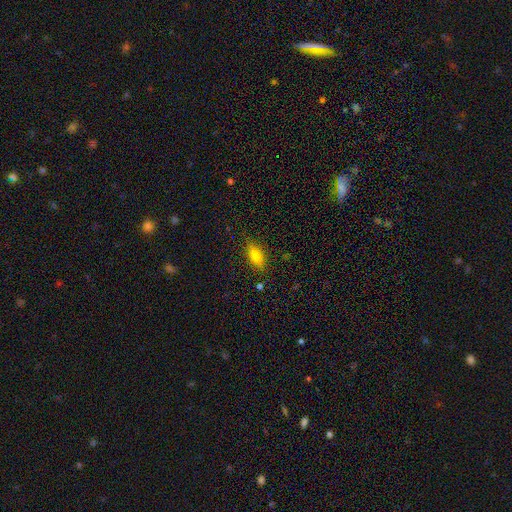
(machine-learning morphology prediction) Overall: smooth (76%). How rounded: in between (79%). Merging: none (85%).